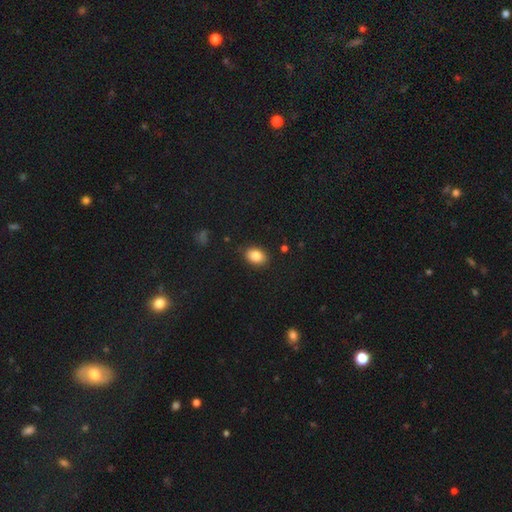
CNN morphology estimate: type=smooth (85%); roundness=in between (77%); merging=none (86%).